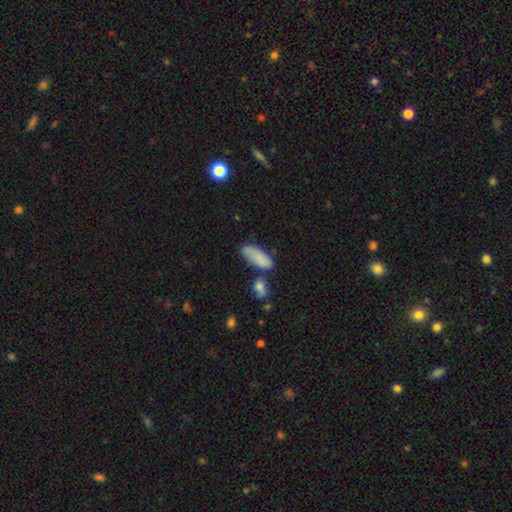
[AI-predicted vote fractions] This is likely a smooth galaxy (80%). How rounded: likely in between (74%). Merging: possibly none (60%).